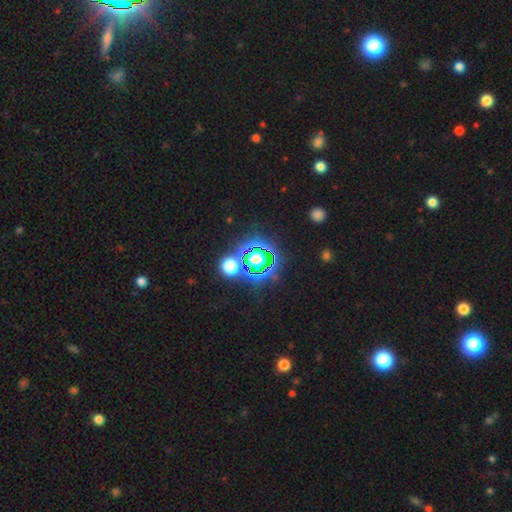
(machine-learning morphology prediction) The model was most divided on "smooth or featured": star or artifact: 73%, smooth: 17%, featured or disk: 11%.